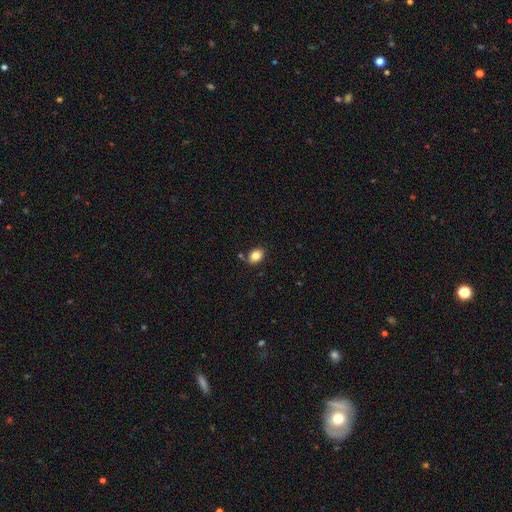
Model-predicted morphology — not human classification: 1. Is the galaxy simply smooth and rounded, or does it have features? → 82% smooth, 10% star or artifact, 8% featured or disk.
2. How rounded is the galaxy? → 65% in between, 34% round, 1% cigar-shaped.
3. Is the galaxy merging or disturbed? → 78% none, 13% minor disturbance, 6% merger, 3% major disturbance.